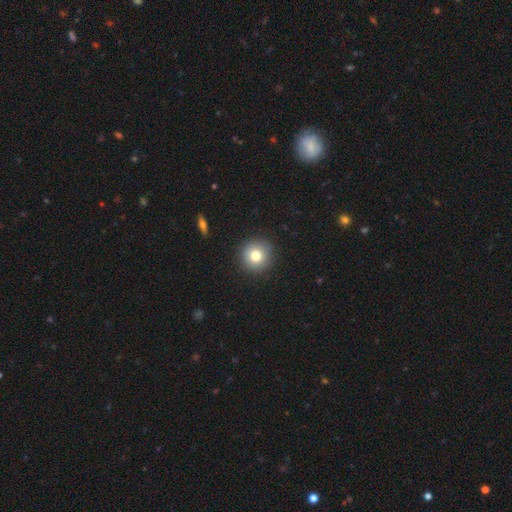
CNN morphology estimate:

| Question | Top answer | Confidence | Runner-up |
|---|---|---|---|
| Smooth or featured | smooth | 78% | featured or disk (11%) |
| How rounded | round | 95% | in between (4%) |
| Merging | none | 91% | minor disturbance (6%) |